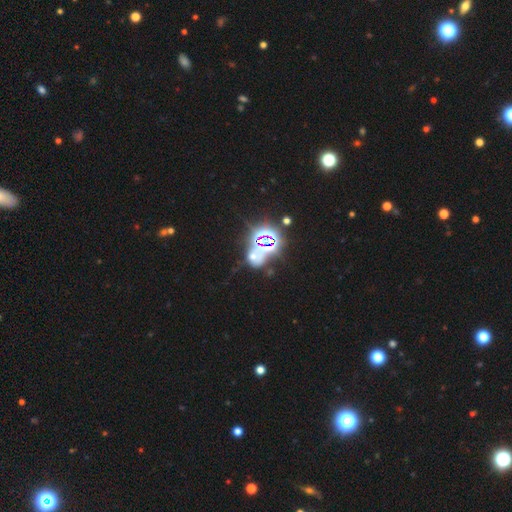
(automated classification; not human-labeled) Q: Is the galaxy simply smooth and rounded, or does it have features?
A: star or artifact — 63%.